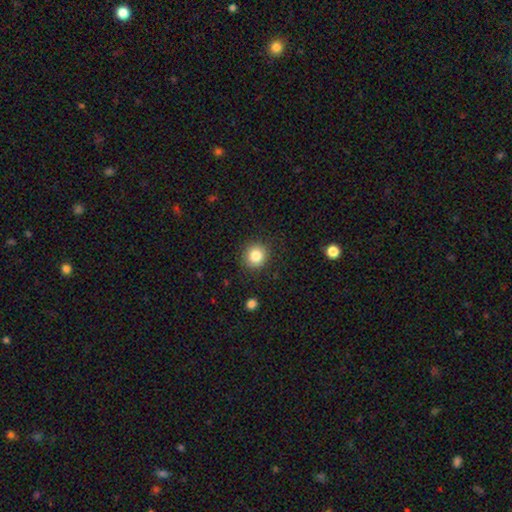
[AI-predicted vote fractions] Q: Smooth or featured?
A: smooth (83%); runner-up: star or artifact (11%)
Q: How rounded?
A: round (91%); runner-up: in between (8%)
Q: Merging?
A: none (89%); runner-up: minor disturbance (7%)